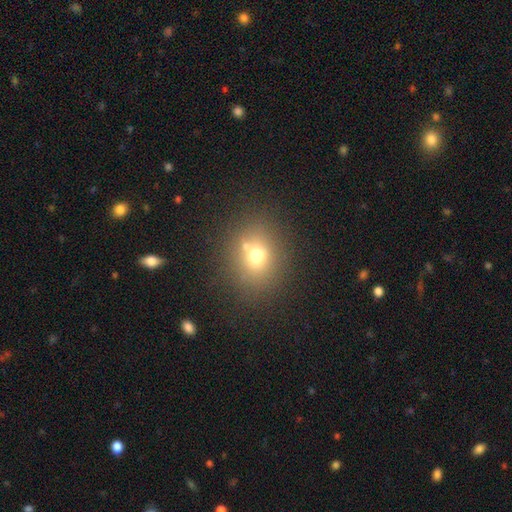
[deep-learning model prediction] Morphology: type=smooth (67%); roundness=round (65%); merging=none (70%).